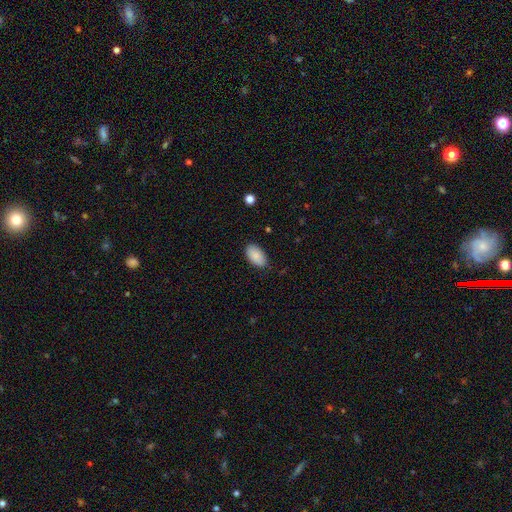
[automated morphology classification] smooth_or_featured: smooth (p=0.89) [alt: star or artifact p=0.07]
how_rounded: in between (p=0.95) [alt: round p=0.04]
merging: none (p=0.83) [alt: minor disturbance p=0.13]